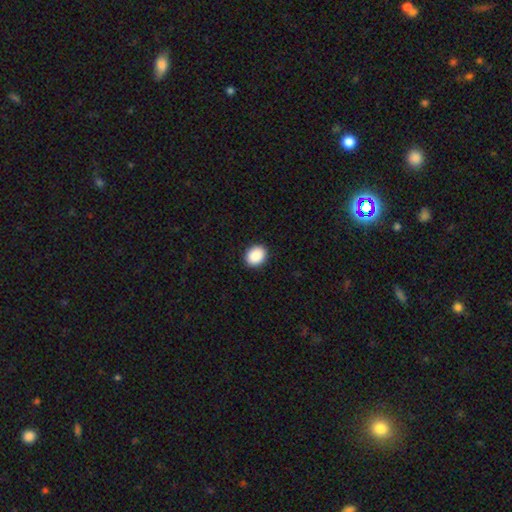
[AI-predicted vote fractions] Smooth or featured? Predicted: smooth (p=0.90). How rounded? Predicted: in between (p=0.52). Merging? Predicted: none (p=0.92).